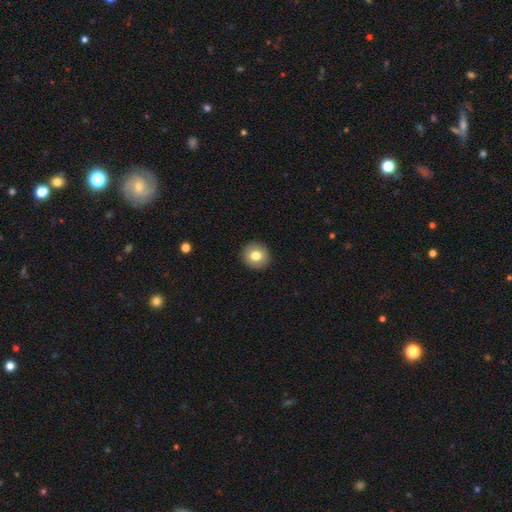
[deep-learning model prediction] This is likely a smooth galaxy (77%). How rounded: clearly round (91%). Merging: clearly none (92%).